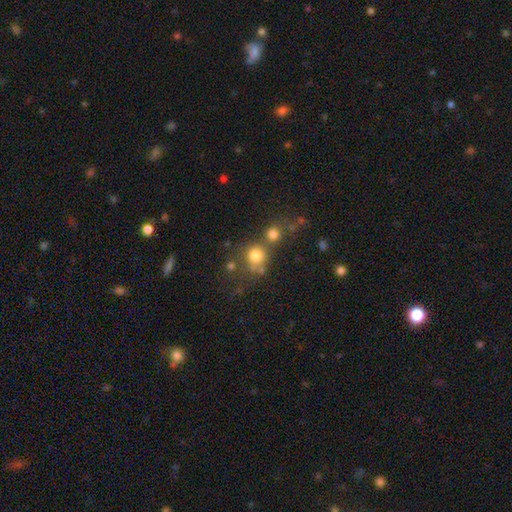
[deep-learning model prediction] This is likely a smooth galaxy (77%). How rounded: clearly round (86%). Merging: possibly none (54%).